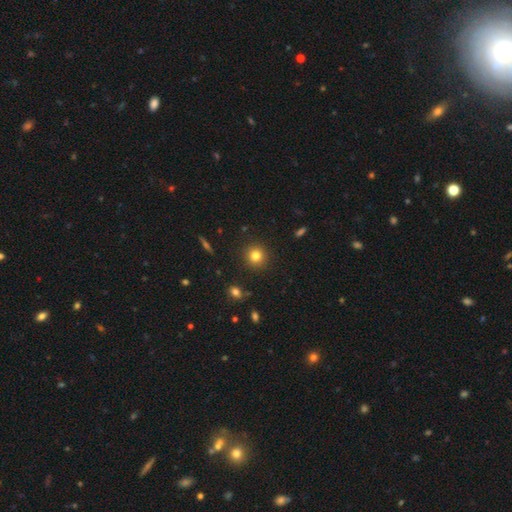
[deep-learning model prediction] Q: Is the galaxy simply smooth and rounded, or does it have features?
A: smooth — 80%.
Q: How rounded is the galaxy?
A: round — 93%.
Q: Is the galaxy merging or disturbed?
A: none — 91%.